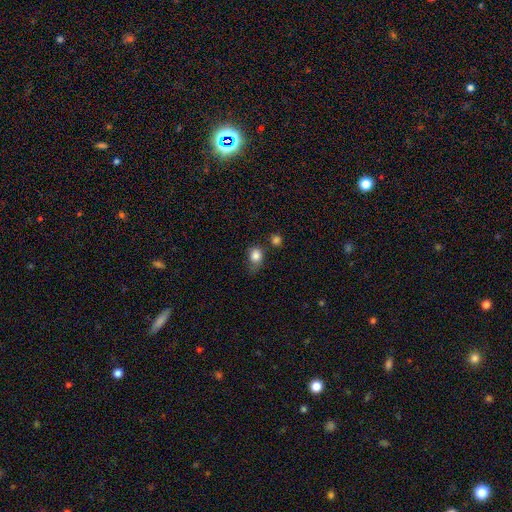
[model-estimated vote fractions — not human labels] smooth 83%, star or artifact 10%, featured or disk 7%. Down the decision tree: how rounded — round (56%); merging — none (47%).